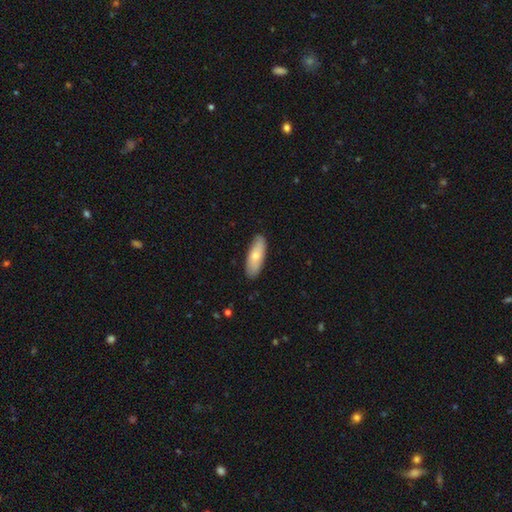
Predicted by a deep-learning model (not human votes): Smooth or featured: smooth — 70% (featured or disk — 25%)
How rounded: in between — 66% (cigar-shaped — 32%)
Merging: none — 85% (minor disturbance — 12%)